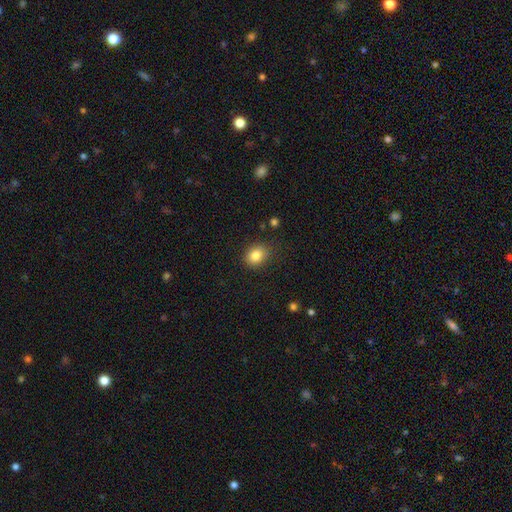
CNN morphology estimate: A smooth galaxy with no disk features (83%) that is round (51%).

Vote fractions:
- Smooth or featured? smooth: 83% / star or artifact: 10% / featured or disk: 7%
- How rounded? round: 51% / in between: 48% / cigar-shaped: 1%
- Merging? none: 85% / minor disturbance: 11% / major disturbance: 3% / merger: 1%